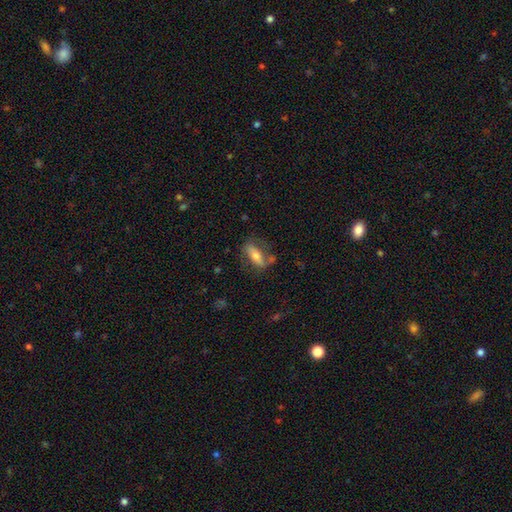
Smooth or featured?
  - smooth: 69% *
  - featured or disk: 26%
  - star or artifact: 5%
How rounded?
  - in between: 52% *
  - cigar-shaped: 44%
  - round: 4%
Merging?
  - none: 59% *
  - minor disturbance: 22%
  - major disturbance: 11%
  - merger: 8%